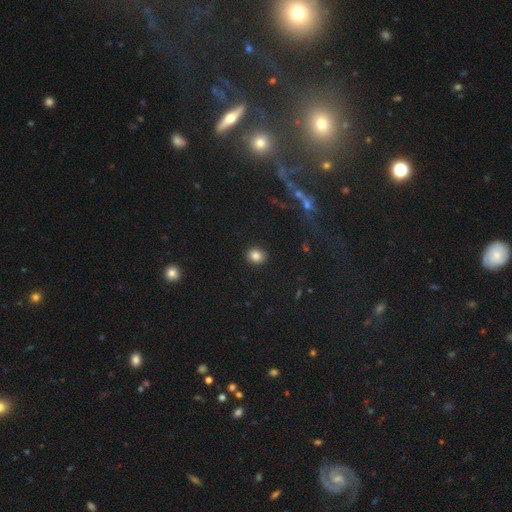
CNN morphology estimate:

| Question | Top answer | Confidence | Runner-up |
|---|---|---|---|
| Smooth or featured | smooth | 83% | star or artifact (11%) |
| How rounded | round | 67% | in between (32%) |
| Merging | none | 91% | minor disturbance (6%) |